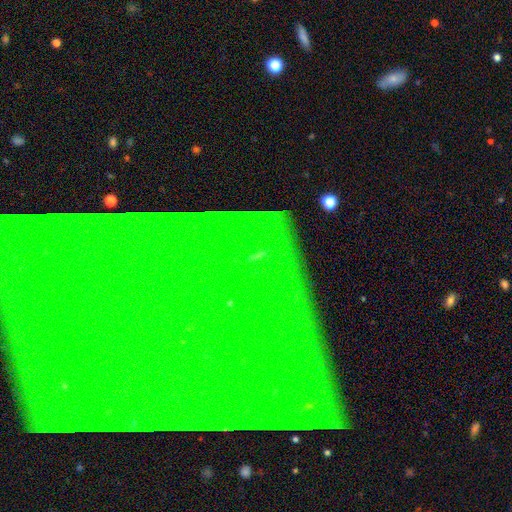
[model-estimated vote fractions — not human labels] Morphology: type=star or artifact (84%).